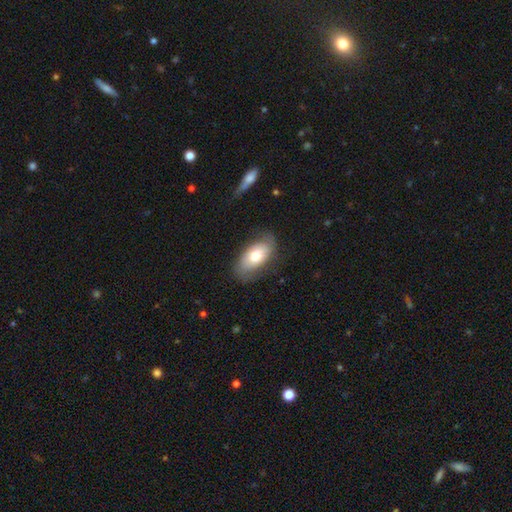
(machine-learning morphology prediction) Smooth or featured?
  - smooth: 66% *
  - featured or disk: 28%
  - star or artifact: 6%
How rounded?
  - in between: 93% *
  - round: 4%
  - cigar-shaped: 3%
Merging?
  - none: 70% *
  - minor disturbance: 21%
  - major disturbance: 7%
  - merger: 1%